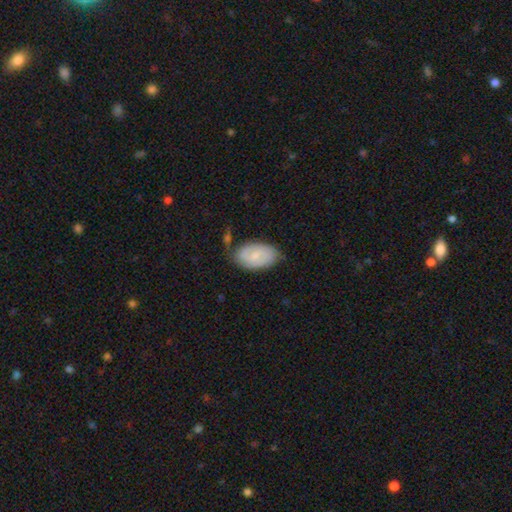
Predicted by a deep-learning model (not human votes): A smooth galaxy with no disk features (48%).

Vote fractions:
- Smooth or featured? smooth: 48% / featured or disk: 45% / star or artifact: 7%
- Merging? none: 67% / minor disturbance: 23% / major disturbance: 5% / merger: 4%